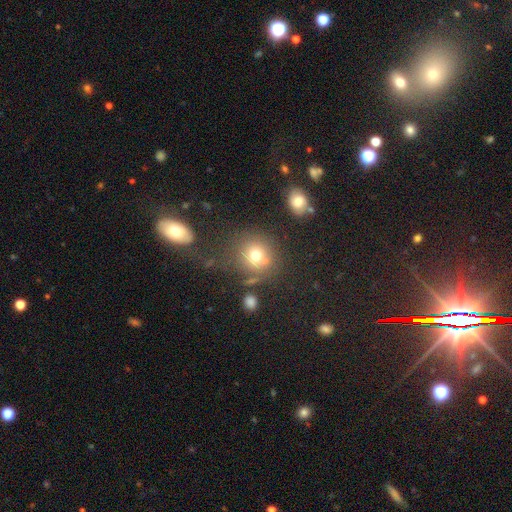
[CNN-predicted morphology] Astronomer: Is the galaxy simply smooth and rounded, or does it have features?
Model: smooth — 74%.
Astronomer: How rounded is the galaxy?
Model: round — 89%.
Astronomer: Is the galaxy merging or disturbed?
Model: none — 70%.